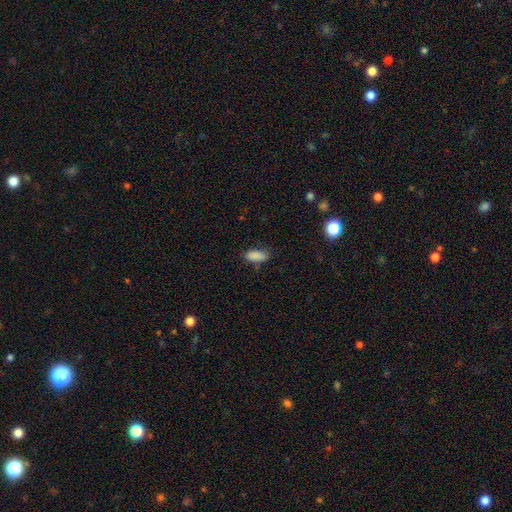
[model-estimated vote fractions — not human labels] A smooth galaxy with no disk features (88%) that is in between round and cigar-shaped (84%).

Vote fractions:
- Smooth or featured? smooth: 88% / star or artifact: 8% / featured or disk: 4%
- How rounded? in between: 84% / cigar-shaped: 14% / round: 2%
- Merging? none: 76% / minor disturbance: 18% / major disturbance: 4% / merger: 2%